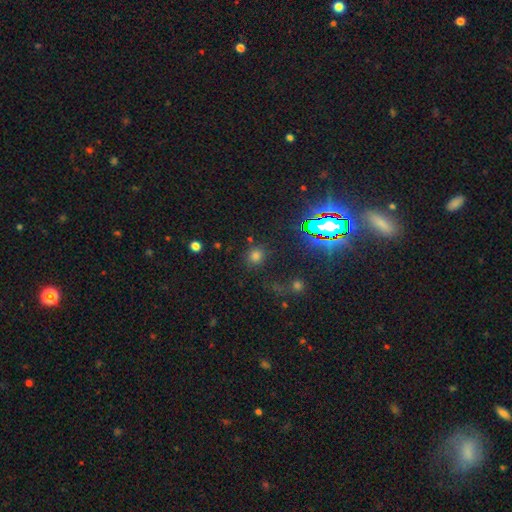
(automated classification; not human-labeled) Smooth or featured?
  - smooth: 65% *
  - star or artifact: 29%
  - featured or disk: 7%
How rounded?
  - round: 86% *
  - in between: 13%
  - cigar-shaped: 1%
Merging?
  - none: 81% *
  - minor disturbance: 10%
  - major disturbance: 5%
  - merger: 4%